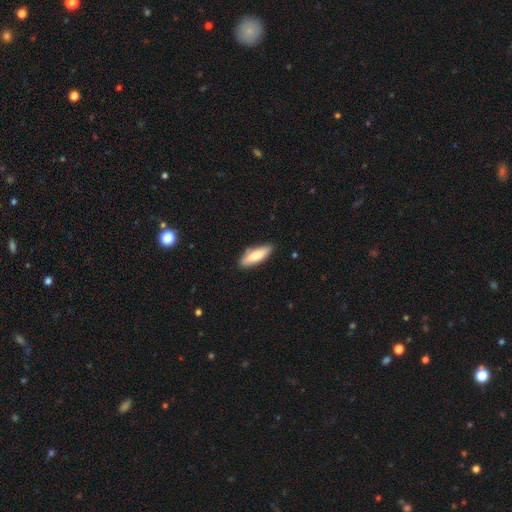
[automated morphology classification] type=smooth (78%); roundness=in between (61%); merging=none (82%).